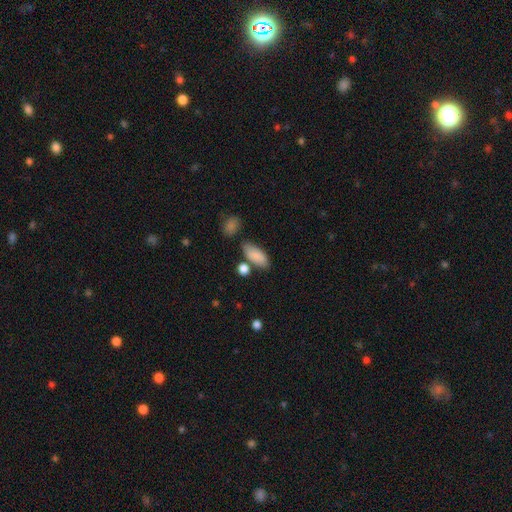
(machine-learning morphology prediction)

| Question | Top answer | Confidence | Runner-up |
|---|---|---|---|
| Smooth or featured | smooth | 85% | featured or disk (8%) |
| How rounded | in between | 87% | cigar-shaped (9%) |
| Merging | none | 69% | minor disturbance (15%) |